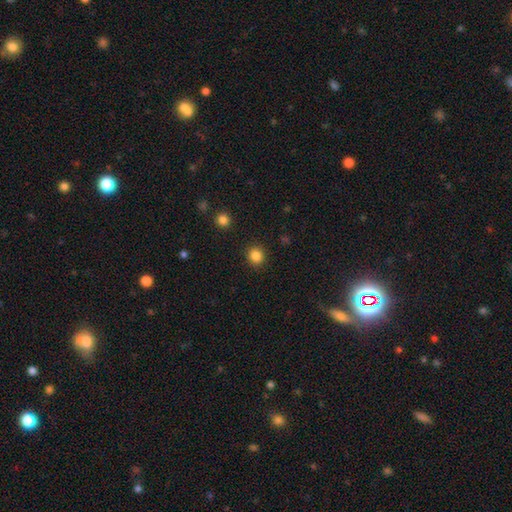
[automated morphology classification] Smooth or featured? Predicted: smooth (p=0.85). How rounded? Predicted: round (p=0.88). Merging? Predicted: none (p=0.91).